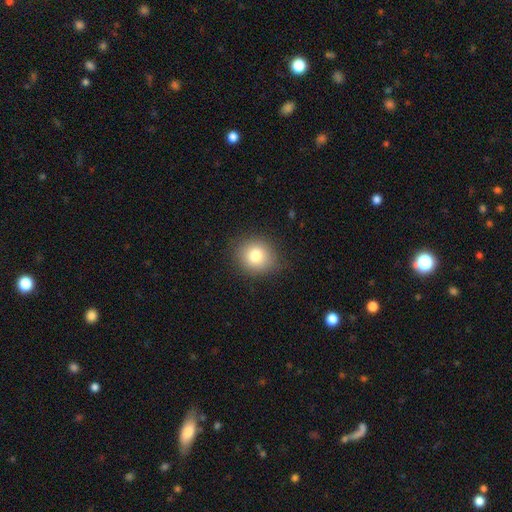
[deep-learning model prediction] Smooth or featured: smooth — 79% (star or artifact — 11%)
How rounded: round — 78% (in between — 21%)
Merging: none — 85% (minor disturbance — 11%)